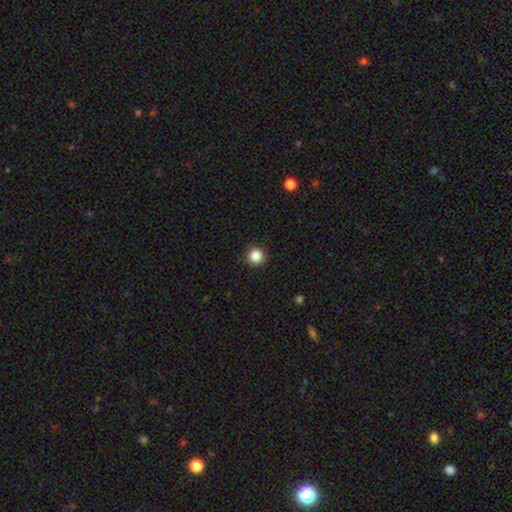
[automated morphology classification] A smooth galaxy with no disk features (86%) that is round (95%).

Vote fractions:
- Smooth or featured? smooth: 86% / star or artifact: 10% / featured or disk: 3%
- How rounded? round: 95% / in between: 4% / cigar-shaped: 1%
- Merging? none: 92% / minor disturbance: 5% / major disturbance: 2% / merger: 1%